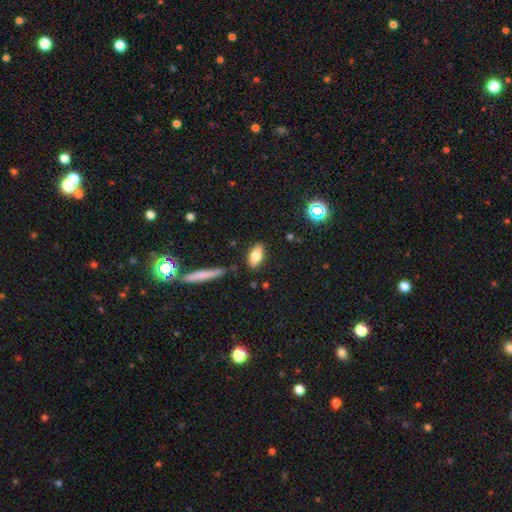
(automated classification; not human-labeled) The model was most divided on "smooth or featured": smooth: 77%, featured or disk: 14%, star or artifact: 8%. More confident: merging — none (83%); how rounded — in between (82%).